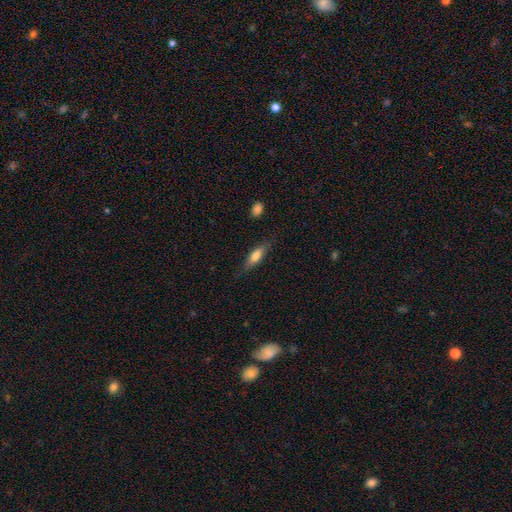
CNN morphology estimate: Q: Smooth or featured?
A: smooth (66%); runner-up: featured or disk (27%)
Q: How rounded?
A: cigar-shaped (57%); runner-up: in between (41%)
Q: Merging?
A: none (76%); runner-up: minor disturbance (18%)